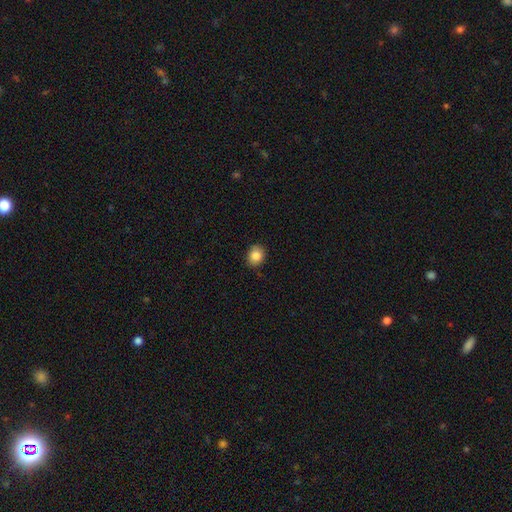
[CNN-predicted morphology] Q: Smooth or featured?
A: smooth (85%); runner-up: star or artifact (9%)
Q: How rounded?
A: round (64%); runner-up: in between (35%)
Q: Merging?
A: none (84%); runner-up: minor disturbance (13%)